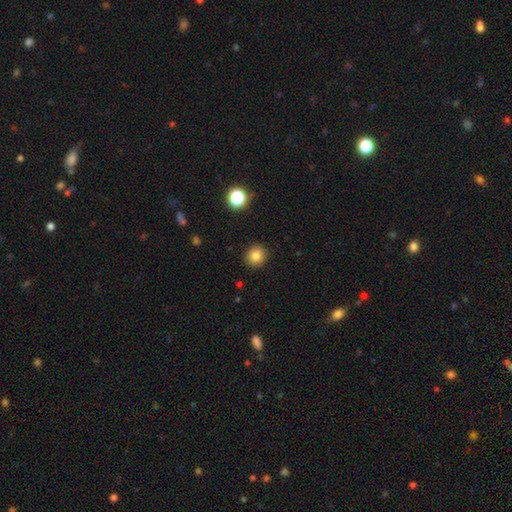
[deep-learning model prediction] Smooth or featured? smooth (83%)
How rounded? round (90%)
Merging? none (92%)